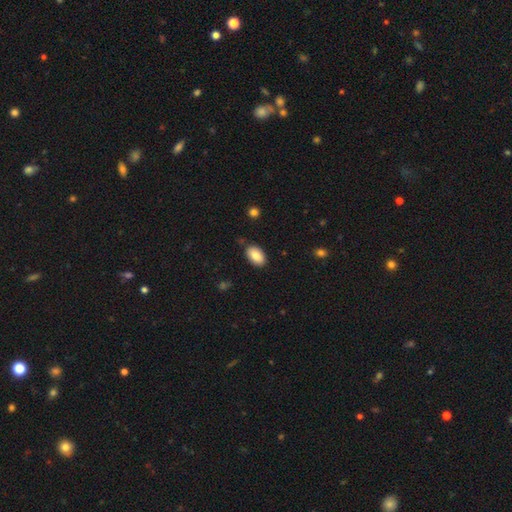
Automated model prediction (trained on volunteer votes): This is clearly a smooth galaxy (84%). How rounded: clearly in between (93%). Merging: clearly none (85%).